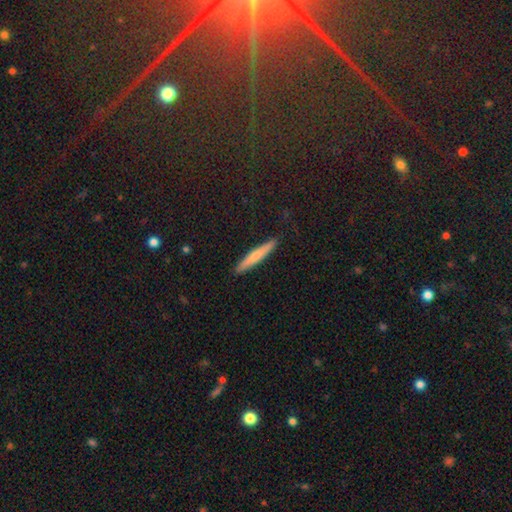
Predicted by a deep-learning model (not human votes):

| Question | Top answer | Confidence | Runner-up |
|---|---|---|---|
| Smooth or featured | smooth | 63% | featured or disk (31%) |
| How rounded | cigar-shaped | 95% | in between (4%) |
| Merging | none | 91% | minor disturbance (7%) |